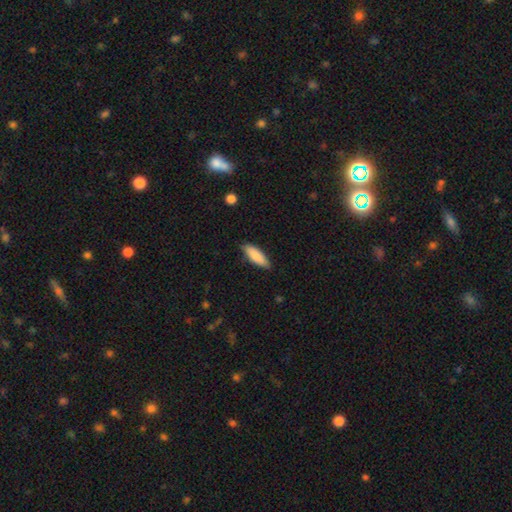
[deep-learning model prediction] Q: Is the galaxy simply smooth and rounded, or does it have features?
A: smooth — 86%.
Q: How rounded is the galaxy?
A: in between — 55%.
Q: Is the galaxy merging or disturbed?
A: none — 85%.